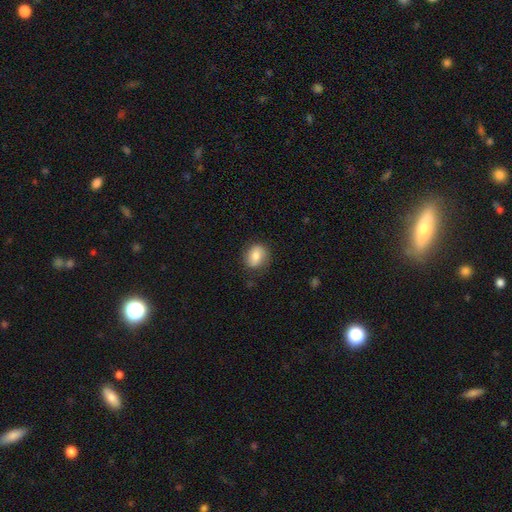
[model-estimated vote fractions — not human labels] This appears to be a smooth galaxy with no disk features (78%) that is in between round and cigar-shaped (55%). Merging: none (78%).